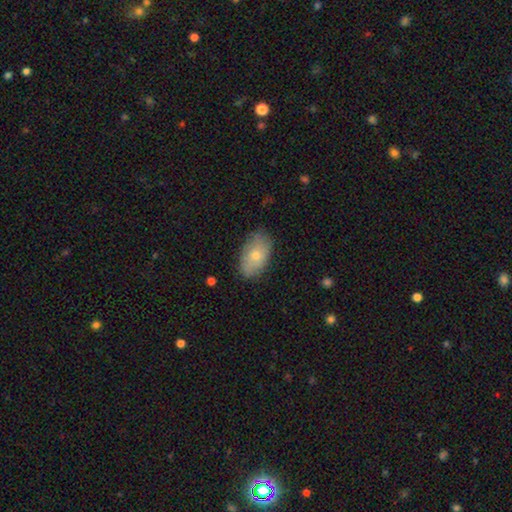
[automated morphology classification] smooth 64%, featured or disk 28%, star or artifact 8%. Down the decision tree: how rounded — in between (91%); merging — none (80%).